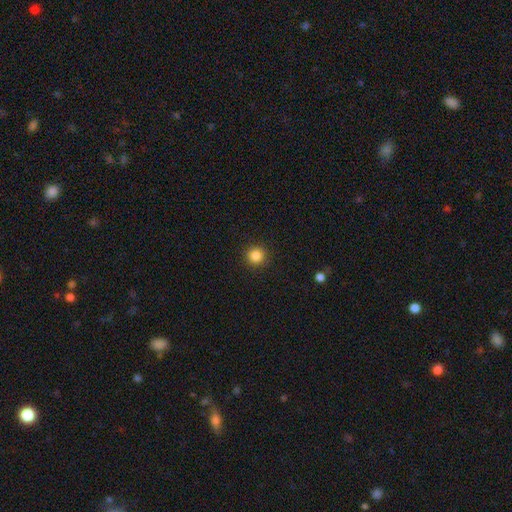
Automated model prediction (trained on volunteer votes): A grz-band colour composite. It shows a smooth galaxy with no disk features (86%) that is round (95%). Merging: none (92%).